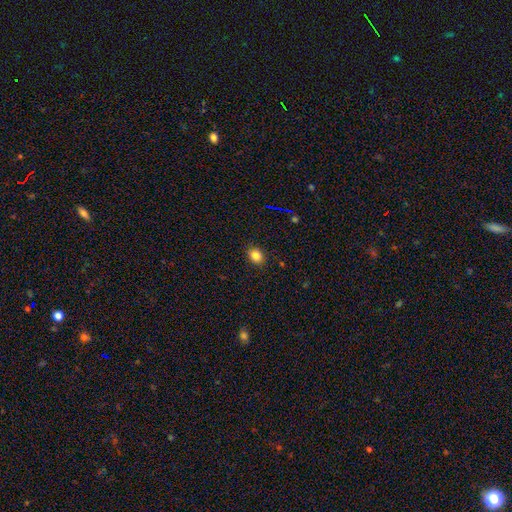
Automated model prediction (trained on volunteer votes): Q: Smooth or featured?
A: smooth (83%); runner-up: star or artifact (12%)
Q: How rounded?
A: round (52%); runner-up: in between (47%)
Q: Merging?
A: none (88%); runner-up: minor disturbance (9%)